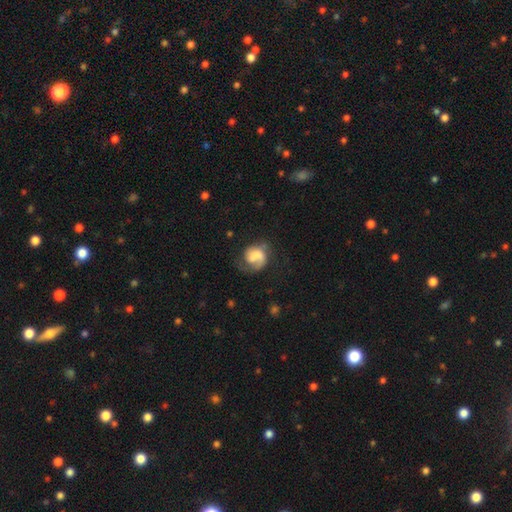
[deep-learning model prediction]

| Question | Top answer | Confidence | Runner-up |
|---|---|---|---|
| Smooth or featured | featured or disk | 58% | smooth (35%) |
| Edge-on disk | no | 98% | yes (2%) |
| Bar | no | 46% | weak (40%) |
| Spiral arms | yes | 86% | no (14%) |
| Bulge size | none | 36% | large (21%) |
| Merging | none | 47% | major disturbance (28%) |